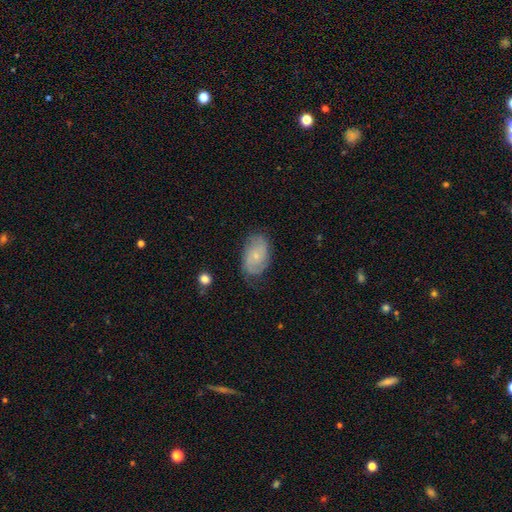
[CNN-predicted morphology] Smooth or featured: featured or disk — 61% (smooth — 31%)
Edge-on disk: no — 96% (yes — 4%)
Bar: no — 74% (weak — 23%)
Spiral arms: yes — 88% (no — 12%)
Spiral winding: tight — 43% (medium — 40%)
Spiral arm count: 2 — 55% (can't tell — 26%)
Bulge size: small — 76% (moderate — 18%)
Merging: none — 70% (minor disturbance — 22%)